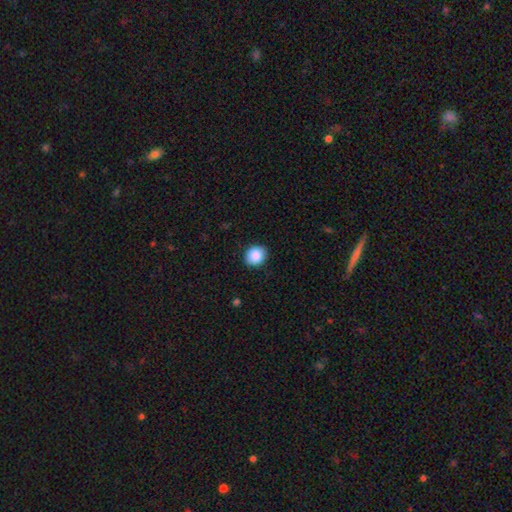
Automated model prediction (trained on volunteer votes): This is clearly a smooth galaxy (88%). How rounded: likely round (63%). Merging: clearly none (87%).